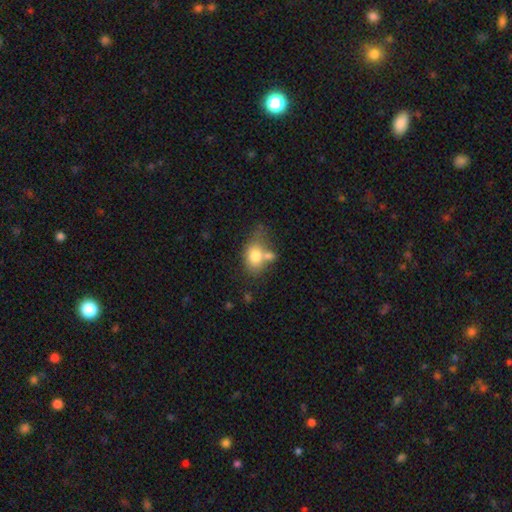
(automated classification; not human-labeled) This appears to be a smooth galaxy with no disk features (75%) that is in between round and cigar-shaped (74%). Merging: none (36%).